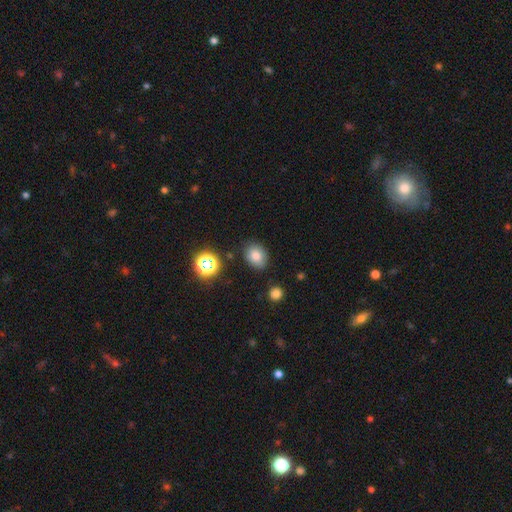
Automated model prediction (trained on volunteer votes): Morphology: type=smooth (78%); roundness=in between (59%); merging=none (82%).